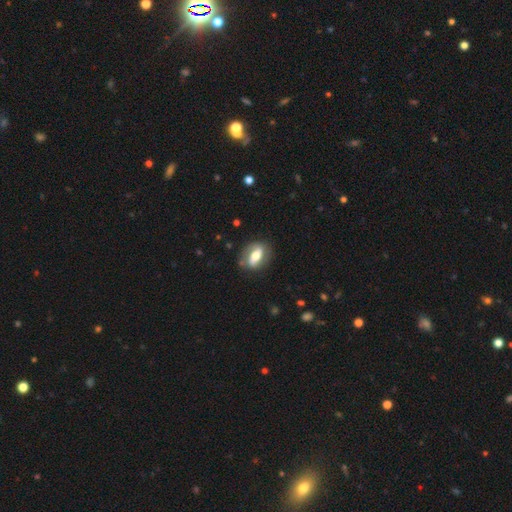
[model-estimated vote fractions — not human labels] Smooth or featured? Predicted: featured or disk (p=0.60). Edge-on disk? Predicted: no (p=0.84). Bar? Predicted: strong (p=0.50). Spiral arms? Predicted: yes (p=0.61). Bulge size? Predicted: moderate (p=0.63). Merging? Predicted: none (p=0.76).